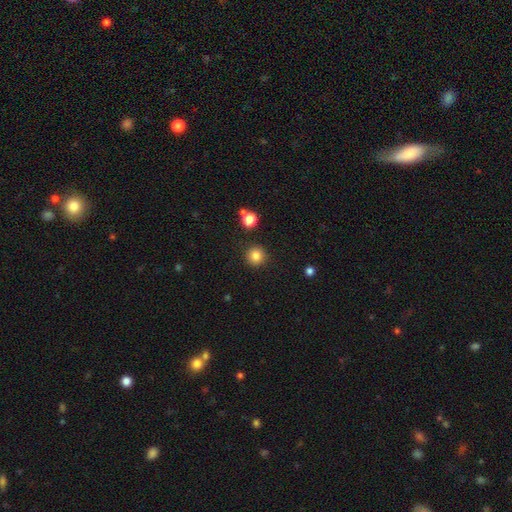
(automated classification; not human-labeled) A smooth galaxy with no disk features (84%) that is round (94%). Merging: none (90%).